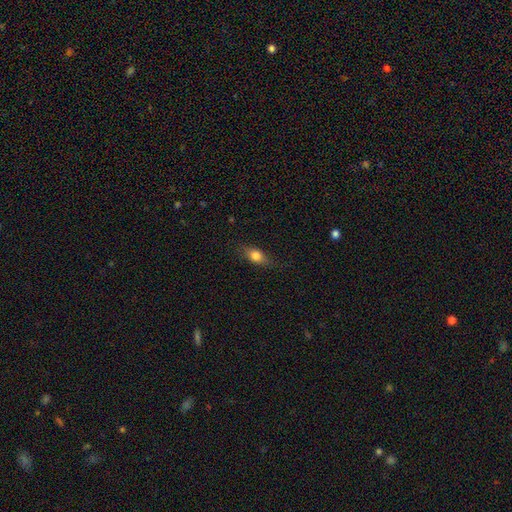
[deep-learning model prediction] Smooth or featured? Predicted: smooth (p=0.74). How rounded? Predicted: in between (p=0.72). Merging? Predicted: none (p=0.79).